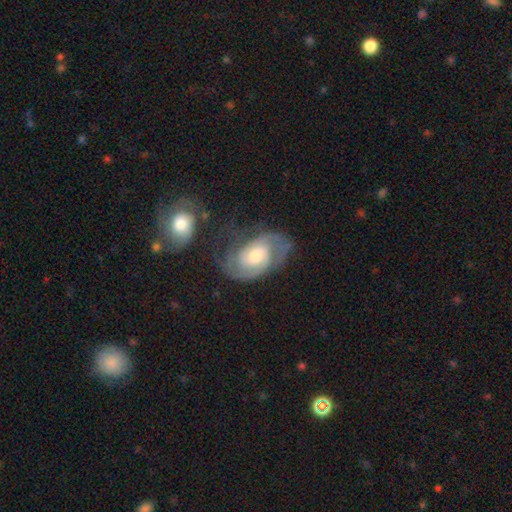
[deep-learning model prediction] Smooth or featured?
  - featured or disk: 84% *
  - smooth: 11%
  - star or artifact: 5%
Edge-on disk?
  - no: 97% *
  - yes: 3%
Bar?
  - no: 53% *
  - weak: 39%
  - strong: 7%
Spiral arms?
  - yes: 96% *
  - no: 4%
Spiral winding?
  - tight: 51% *
  - medium: 39%
  - loose: 10%
Spiral arm count?
  - 2: 68% *
  - can't tell: 14%
  - 3: 10%
  - 1: 4%
  - 4: 2%
  - more than 4: 2%
Bulge size?
  - moderate: 60% *
  - small: 25%
  - large: 11%
  - none: 2%
  - dominant: 1%
Merging?
  - none: 56% *
  - minor disturbance: 22%
  - major disturbance: 14%
  - merger: 8%